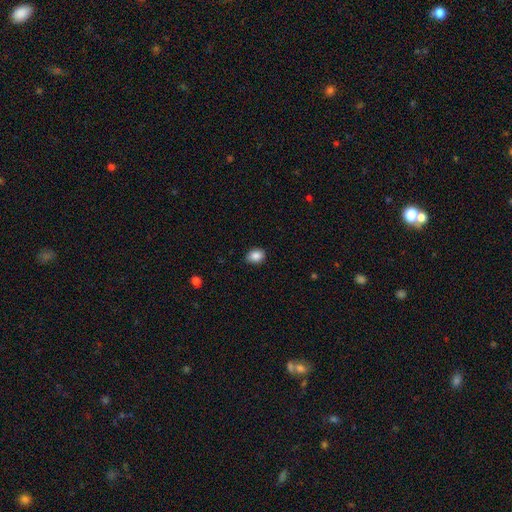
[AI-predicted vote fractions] smooth-or-featured: smooth: 88% | star or artifact: 8% | featured or disk: 4%
  how-rounded: in between: 66% | round: 33% | cigar-shaped: 1%
  merging: none: 84% | minor disturbance: 13% | major disturbance: 2% | merger: 1%